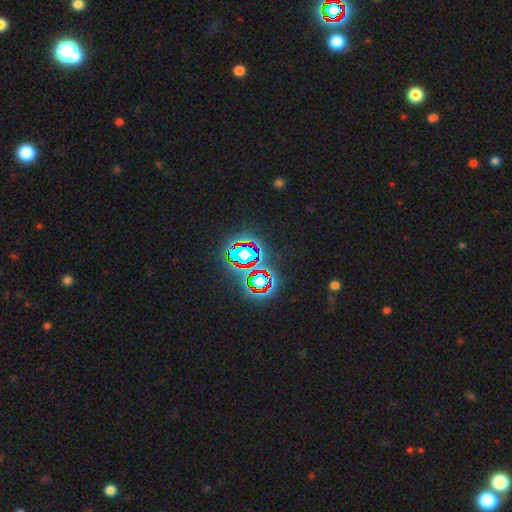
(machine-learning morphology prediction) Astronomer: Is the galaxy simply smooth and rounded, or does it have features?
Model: star or artifact — 79%.